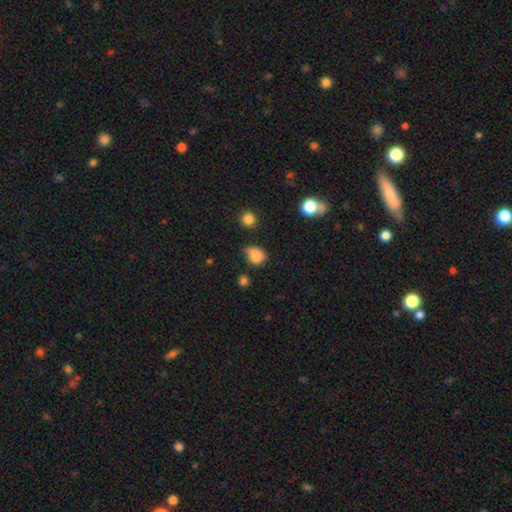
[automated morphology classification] A smooth galaxy with no disk features (80%) that is in between round and cigar-shaped (51%).

Vote fractions:
- Smooth or featured? smooth: 80% / star or artifact: 12% / featured or disk: 8%
- How rounded? in between: 51% / round: 48% / cigar-shaped: 1%
- Merging? none: 43% / minor disturbance: 37% / major disturbance: 14% / merger: 6%